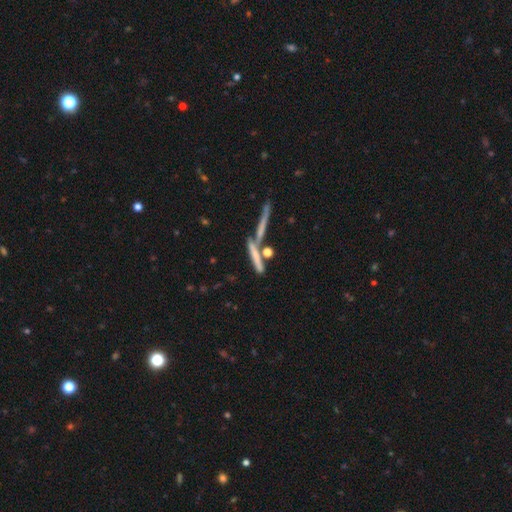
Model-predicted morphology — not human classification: This is possibly a smooth galaxy (53%). How rounded: clearly cigar-shaped (85%). Merging: possibly none (55%).